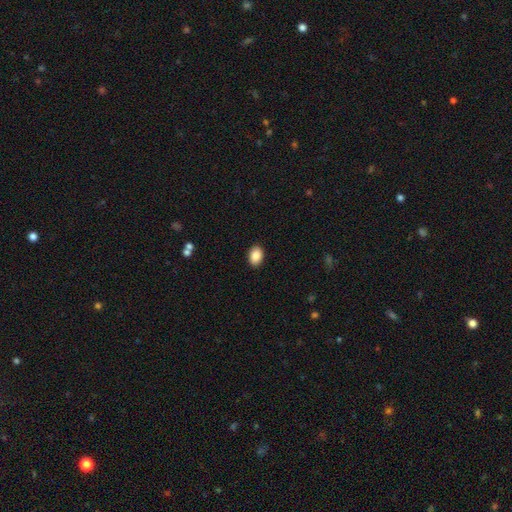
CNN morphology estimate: This appears to be a smooth galaxy with no disk features (89%) that is in between round and cigar-shaped (81%). Merging: none (90%).